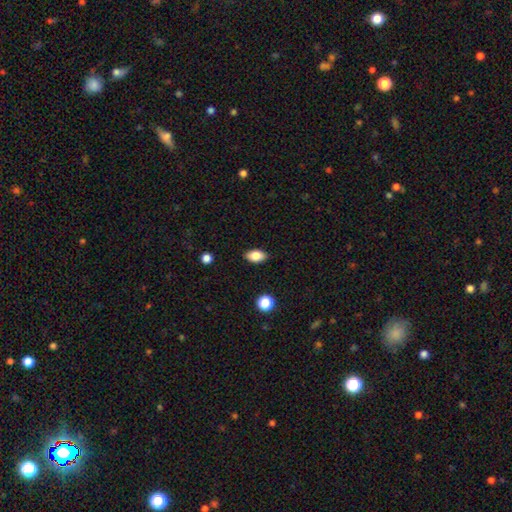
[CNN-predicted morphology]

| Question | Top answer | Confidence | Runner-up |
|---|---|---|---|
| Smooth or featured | smooth | 83% | star or artifact (8%) |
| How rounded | in between | 90% | round (7%) |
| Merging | none | 87% | minor disturbance (10%) |